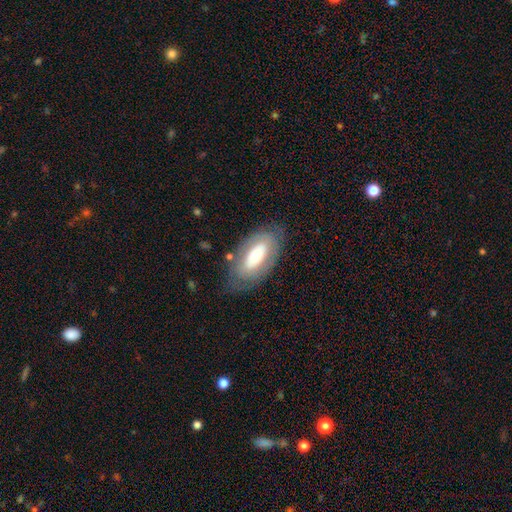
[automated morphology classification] type=smooth (51%); roundness=in between (91%); merging=none (77%).